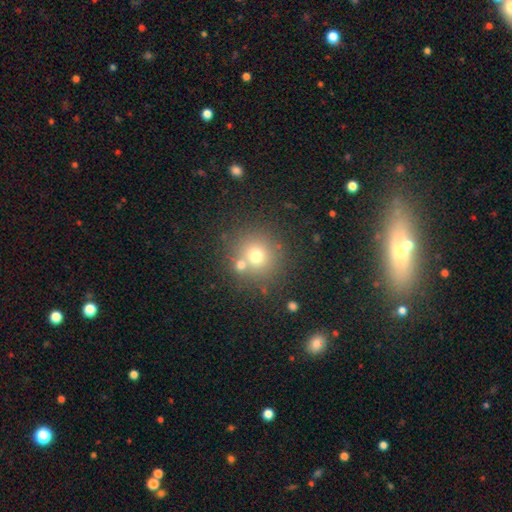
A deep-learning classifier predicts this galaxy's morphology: This appears to be a smooth galaxy with no disk features (69%) that is round (91%). Merging: none (70%).